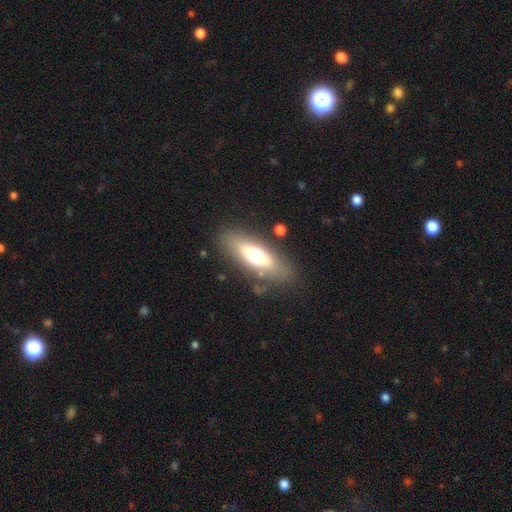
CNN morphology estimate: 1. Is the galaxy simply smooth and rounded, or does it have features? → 59% smooth, 33% featured or disk, 8% star or artifact.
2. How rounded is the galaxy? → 59% in between, 38% cigar-shaped, 3% round.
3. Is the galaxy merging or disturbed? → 78% none, 13% minor disturbance, 5% major disturbance, 4% merger.